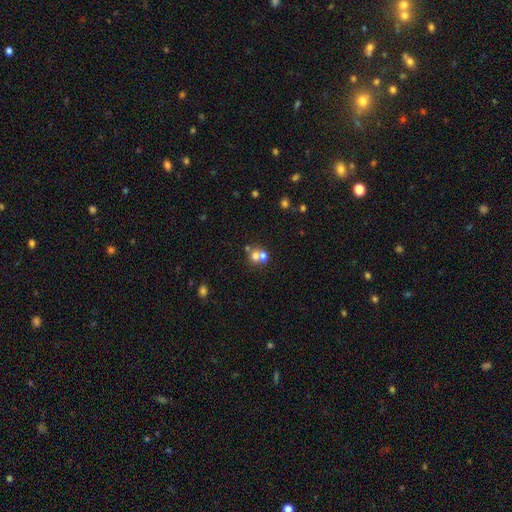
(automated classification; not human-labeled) Morphology: type=smooth (64%); roundness=round (75%); merging=merger (57%).